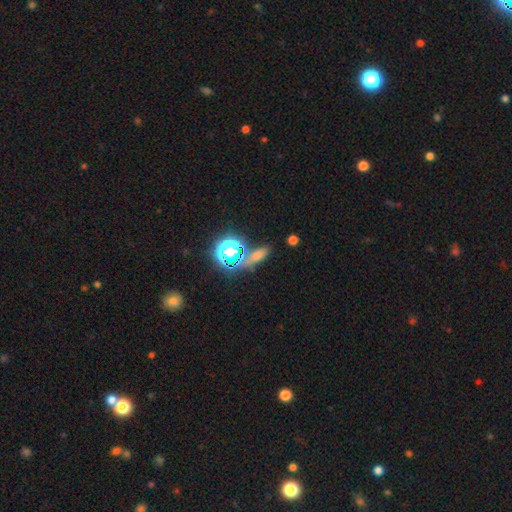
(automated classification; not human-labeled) Smooth or featured? Predicted: star or artifact (p=0.43).